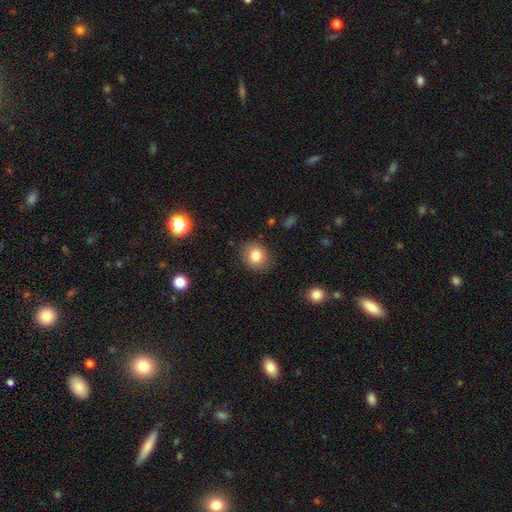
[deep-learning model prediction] This is clearly a smooth galaxy (82%). How rounded: likely round (69%). Merging: clearly none (86%).